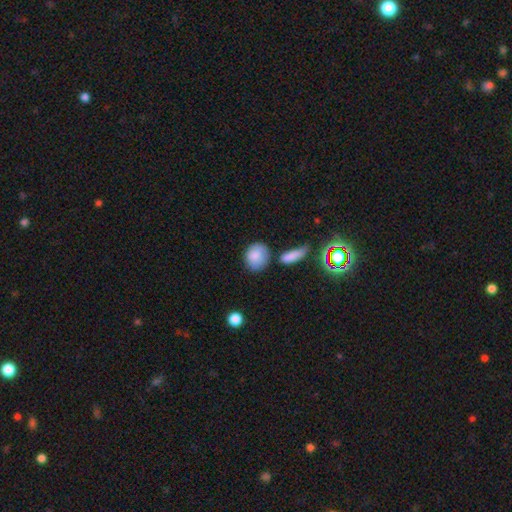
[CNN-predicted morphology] Overall: smooth (84%). How rounded: round (63%; in between 35%). Merging: none (62%).